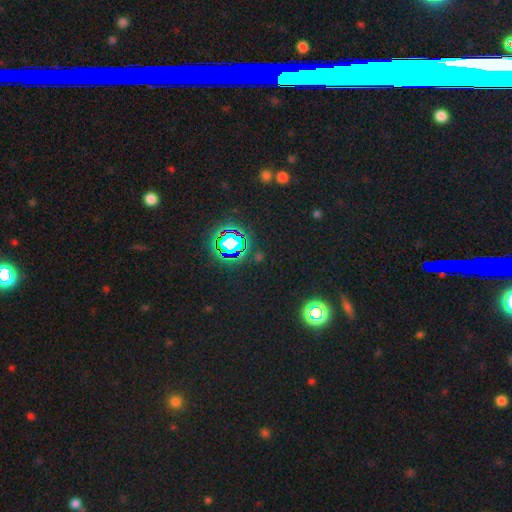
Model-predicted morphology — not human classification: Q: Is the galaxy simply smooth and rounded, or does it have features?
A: star or artifact — 76%.